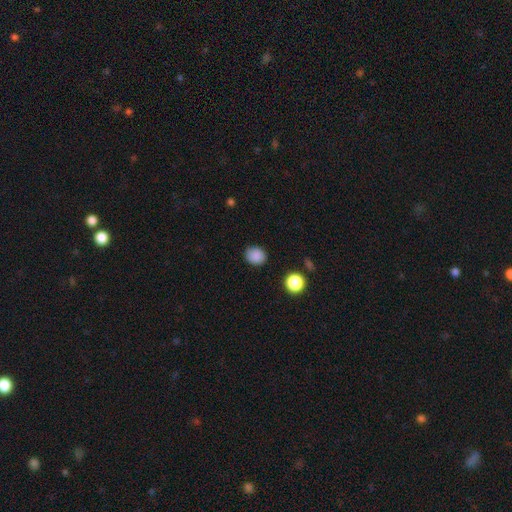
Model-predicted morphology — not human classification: type=smooth (86%); roundness=round (67%); merging=none (86%).